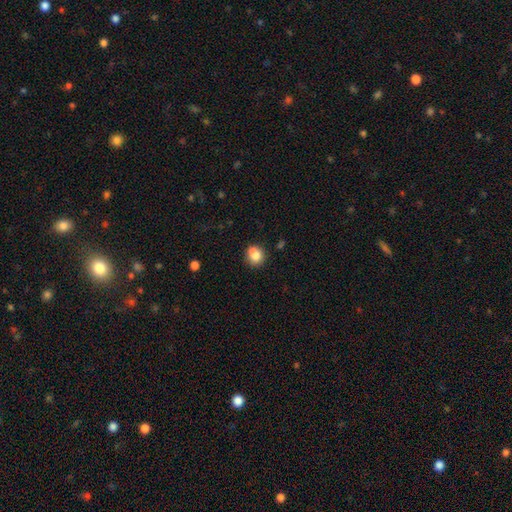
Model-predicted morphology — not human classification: Smooth or featured? smooth (77%)
How rounded? round (76%)
Merging? none (52%)